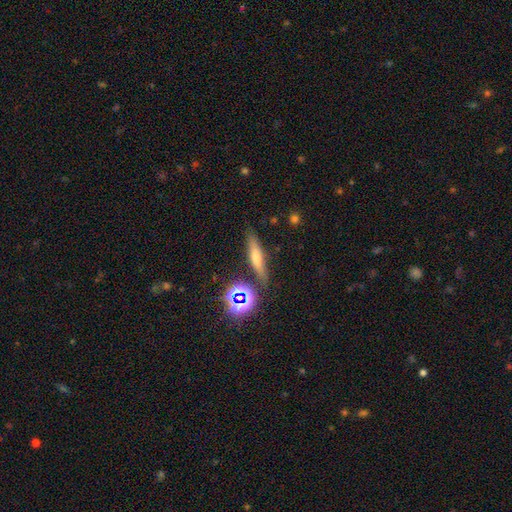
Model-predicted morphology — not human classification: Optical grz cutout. It shows a smooth galaxy with no disk features (57%) that is cigar-shaped (77%). Merging: none (79%).